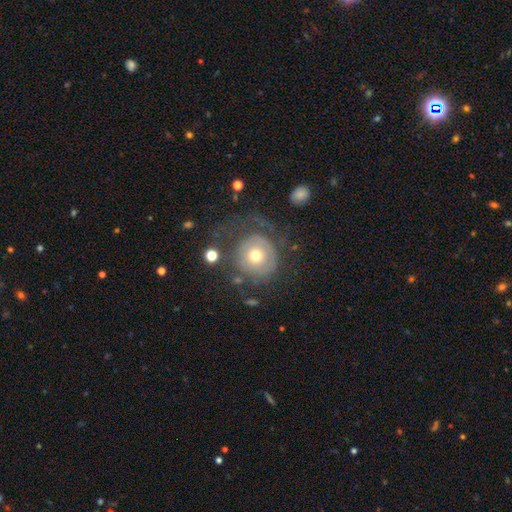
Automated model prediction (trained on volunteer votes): Smooth or featured? Predicted: smooth (p=0.47). Merging? Predicted: none (p=0.48).